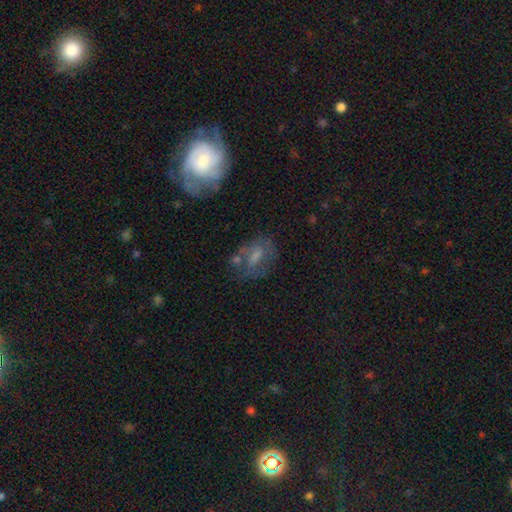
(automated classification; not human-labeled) smooth-or-featured: featured or disk: 44% | smooth: 42% | star or artifact: 13%
  merging: none: 50% | minor disturbance: 22% | major disturbance: 19% | merger: 9%